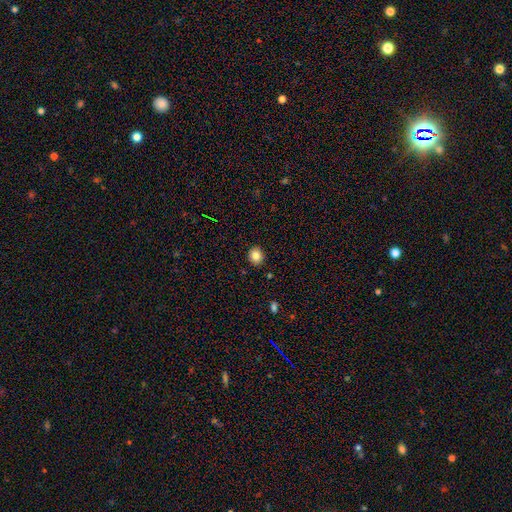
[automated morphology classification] The model was most divided on "how rounded": round: 73%, in between: 26%, cigar-shaped: 1%. More confident: merging — none (90%); smooth or featured — smooth (83%).